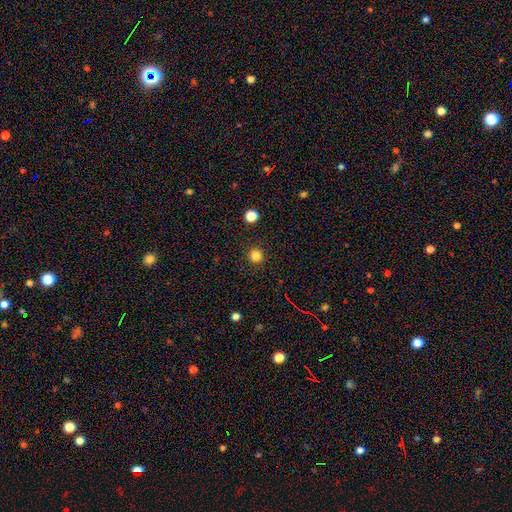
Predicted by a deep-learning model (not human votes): A smooth galaxy with no disk features (83%) that is round (96%).

Vote fractions:
- Smooth or featured? smooth: 83% / star or artifact: 13% / featured or disk: 4%
- How rounded? round: 96% / in between: 3% / cigar-shaped: 1%
- Merging? none: 92% / minor disturbance: 5% / major disturbance: 2% / merger: 1%